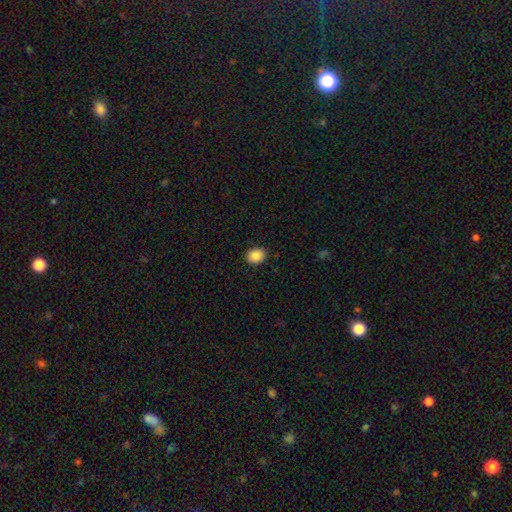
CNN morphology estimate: A smooth galaxy with no disk features (88%) that is in between round and cigar-shaped (50%).

Vote fractions:
- Smooth or featured? smooth: 88% / star or artifact: 9% / featured or disk: 3%
- How rounded? in between: 50% / round: 49% / cigar-shaped: 1%
- Merging? none: 89% / minor disturbance: 8% / major disturbance: 2% / merger: 1%